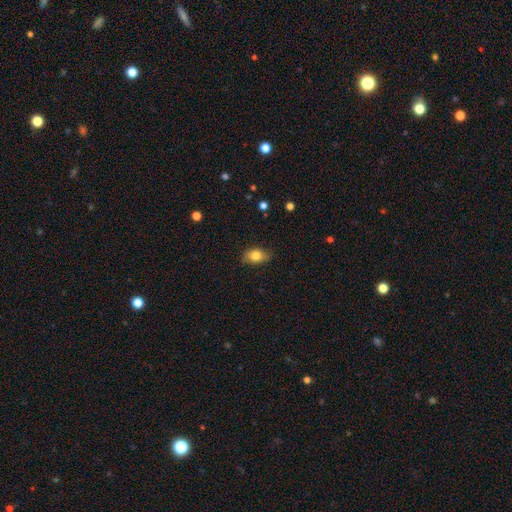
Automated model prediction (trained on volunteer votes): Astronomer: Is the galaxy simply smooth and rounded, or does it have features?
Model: smooth — 80%.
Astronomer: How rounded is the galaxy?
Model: in between — 82%.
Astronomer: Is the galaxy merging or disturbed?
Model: none — 78%.